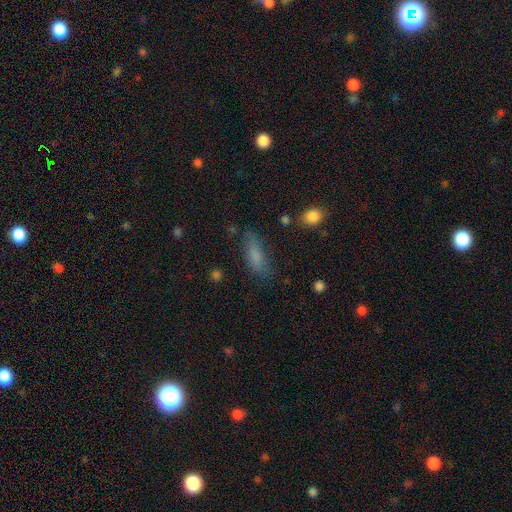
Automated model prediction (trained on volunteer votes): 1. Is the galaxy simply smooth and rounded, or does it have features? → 75% smooth, 14% featured or disk, 10% star or artifact.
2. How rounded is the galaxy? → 54% in between, 44% cigar-shaped, 3% round.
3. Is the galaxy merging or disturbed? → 71% none, 20% minor disturbance, 7% major disturbance, 3% merger.